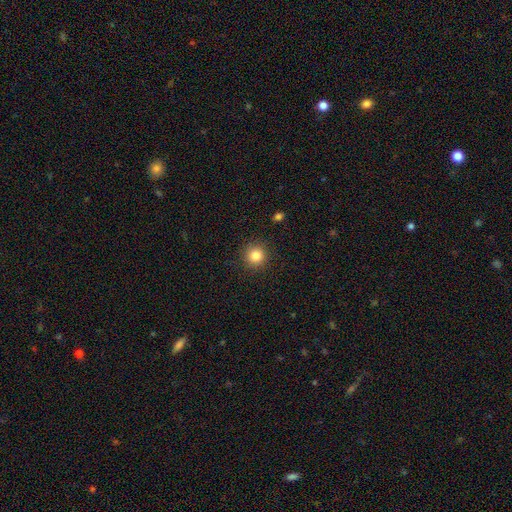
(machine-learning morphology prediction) This appears to be a smooth galaxy with no disk features (84%) that is round (93%). Merging: none (91%).